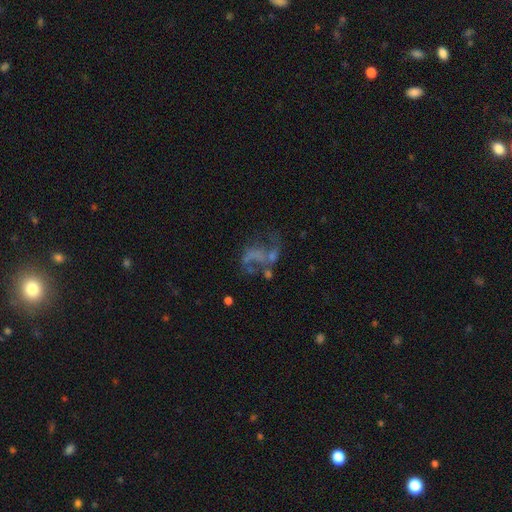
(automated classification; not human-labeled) The model was most divided on "merging": major disturbance: 35%, none: 34%, merger: 17%, minor disturbance: 14%. More confident: edge-on disk — no (98%); bulge size — none (77%); bar — no (72%); smooth or featured — featured or disk (62%); spiral arms — no (55%).